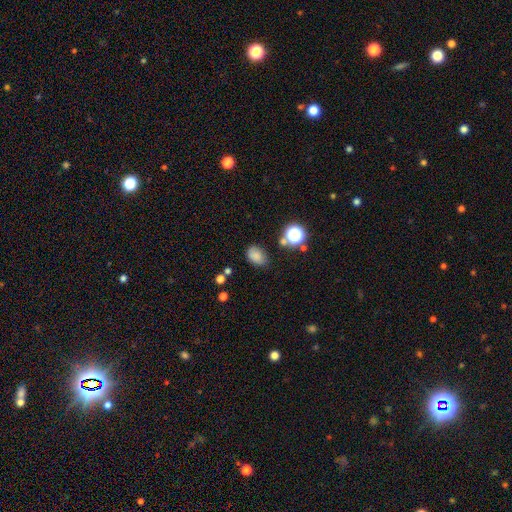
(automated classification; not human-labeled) The model was most divided on "merging": none: 71%, minor disturbance: 19%, major disturbance: 5%, merger: 4%. More confident: how rounded — in between (78%); smooth or featured — smooth (77%).